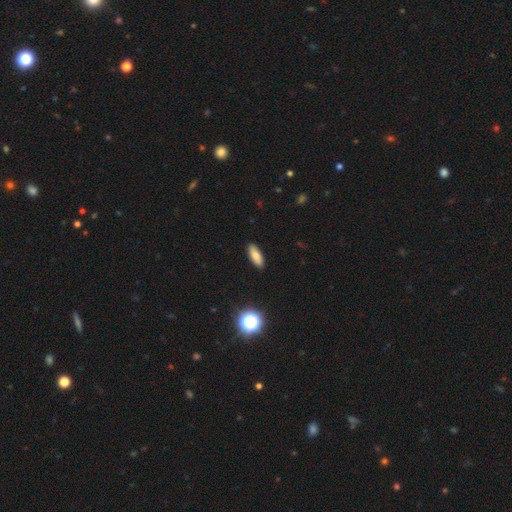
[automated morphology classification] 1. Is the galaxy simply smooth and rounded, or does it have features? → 78% smooth, 12% featured or disk, 9% star or artifact.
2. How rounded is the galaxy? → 66% in between, 31% cigar-shaped, 3% round.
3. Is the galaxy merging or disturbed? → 90% none, 7% minor disturbance, 2% major disturbance, 1% merger.